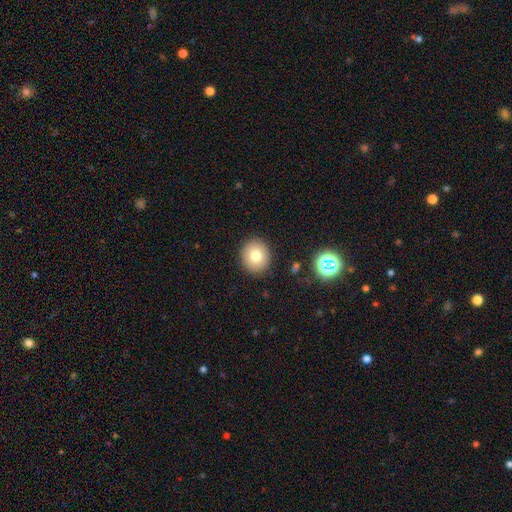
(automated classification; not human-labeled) Overall: smooth (76%). How rounded: round (84%). Merging: none (90%).